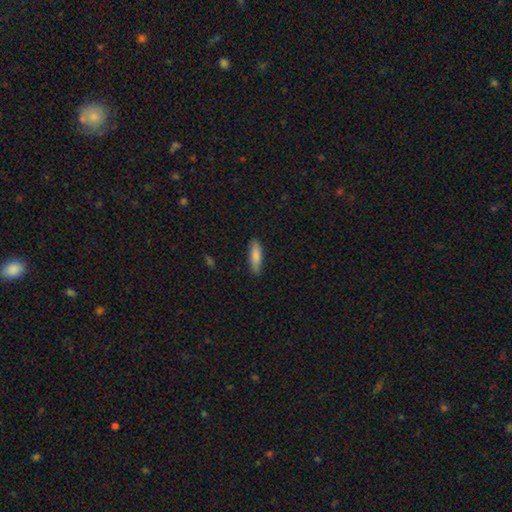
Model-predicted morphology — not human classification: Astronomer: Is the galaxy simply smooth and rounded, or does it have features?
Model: smooth — 83%.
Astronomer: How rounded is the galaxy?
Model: cigar-shaped — 57% (runner-up: in between, 41%).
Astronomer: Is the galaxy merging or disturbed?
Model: none — 85%.